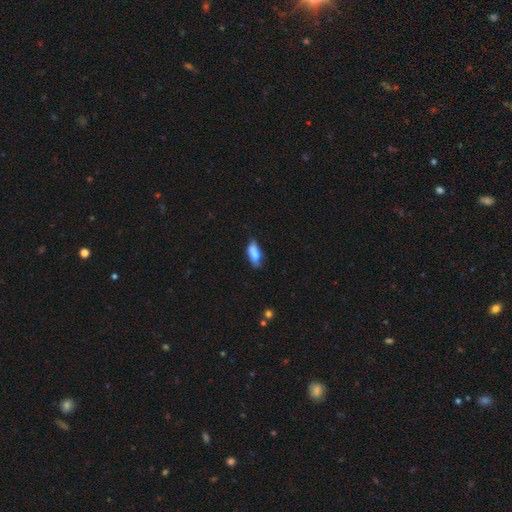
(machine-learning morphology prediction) This appears to be a smooth galaxy with no disk features (79%) that is in between round and cigar-shaped (78%). Merging: none (50%).